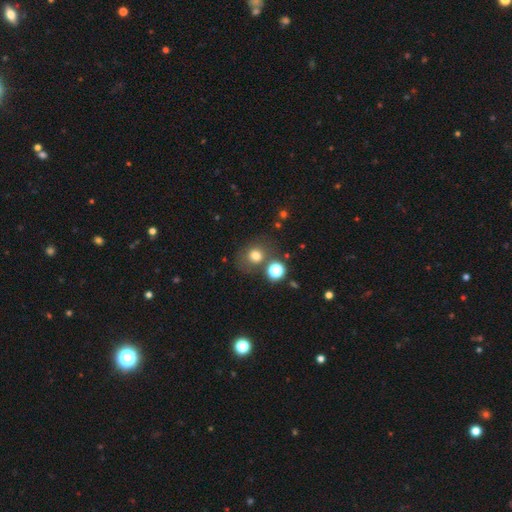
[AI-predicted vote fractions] A smooth galaxy with no disk features (73%) that is round (73%).

Vote fractions:
- Smooth or featured? smooth: 73% / star or artifact: 17% / featured or disk: 10%
- How rounded? round: 73% / in between: 26% / cigar-shaped: 1%
- Merging? none: 67% / minor disturbance: 14% / merger: 12% / major disturbance: 7%